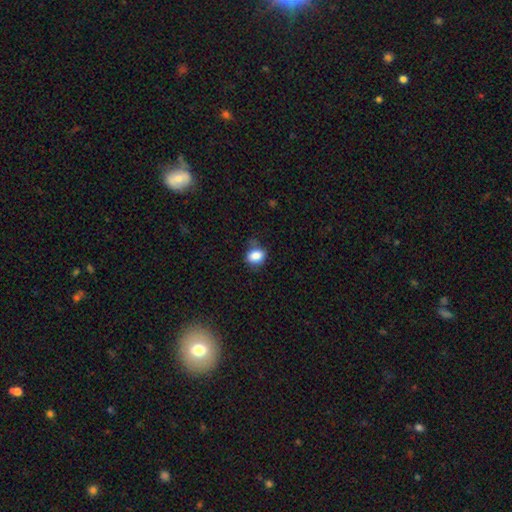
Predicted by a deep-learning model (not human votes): smooth 86%, star or artifact 9%, featured or disk 5%. Down the decision tree: how rounded — in between (62%); merging — none (64%).